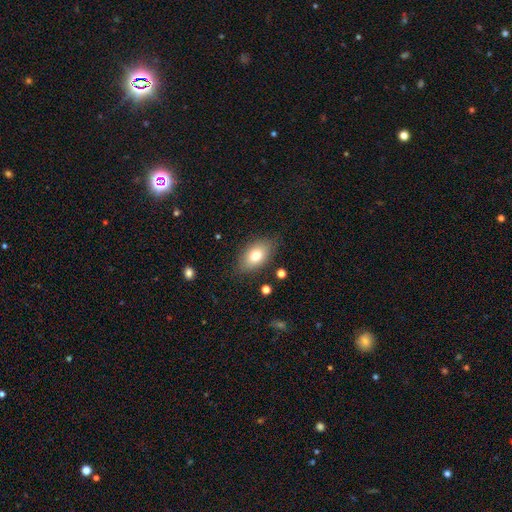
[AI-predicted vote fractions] A smooth galaxy with no disk features (75%) that is in between round and cigar-shaped (88%). Merging: none (81%).